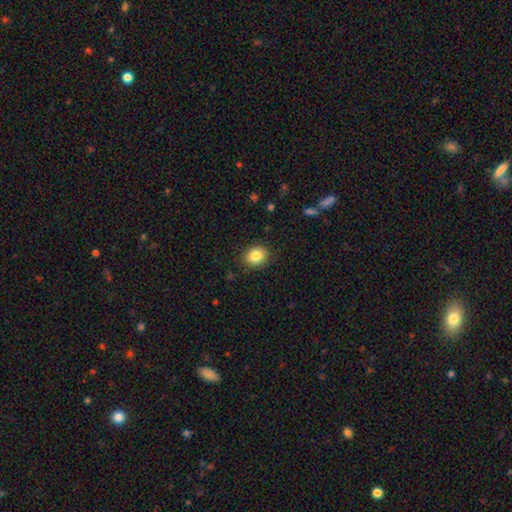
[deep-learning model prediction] Smooth or featured? Predicted: smooth (p=0.84). How rounded? Predicted: round (p=0.58). Merging? Predicted: none (p=0.88).